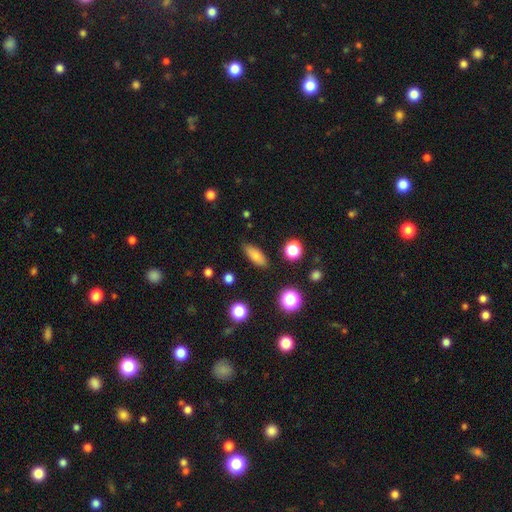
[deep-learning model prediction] Smooth or featured? smooth (78%)
How rounded? in between (72%)
Merging? none (86%)